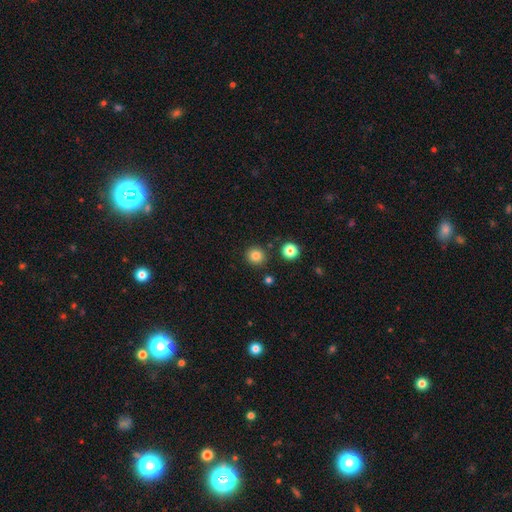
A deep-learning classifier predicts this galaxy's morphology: Smooth or featured: smooth — 83% (star or artifact — 13%)
How rounded: round — 92% (in between — 7%)
Merging: none — 88% (minor disturbance — 6%)